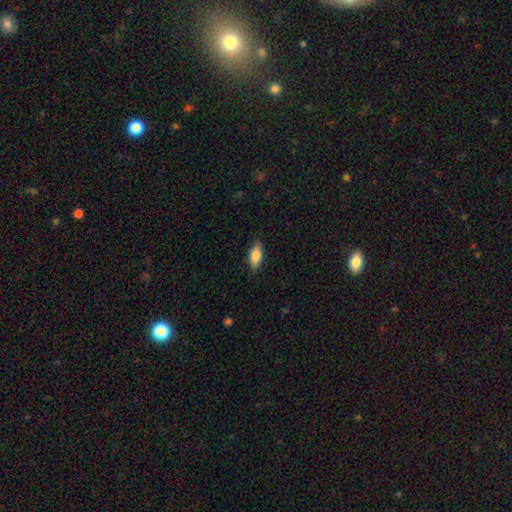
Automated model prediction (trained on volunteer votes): Smooth or featured? smooth (84%)
How rounded? in between (79%)
Merging? none (85%)